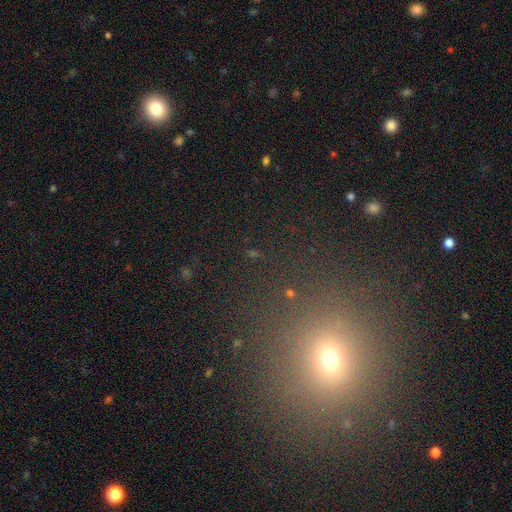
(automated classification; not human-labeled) smooth_or_featured: star or artifact (p=0.52) [alt: smooth p=0.38]